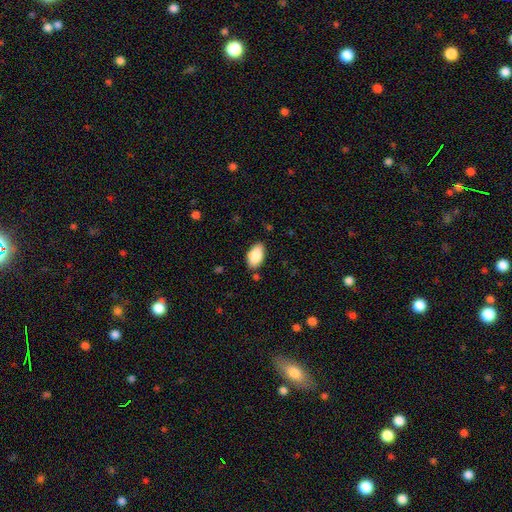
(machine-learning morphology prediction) smooth-or-featured: smooth: 87% | star or artifact: 7% | featured or disk: 6%
  how-rounded: in between: 94% | round: 4% | cigar-shaped: 2%
  merging: none: 80% | minor disturbance: 15% | major disturbance: 3% | merger: 2%